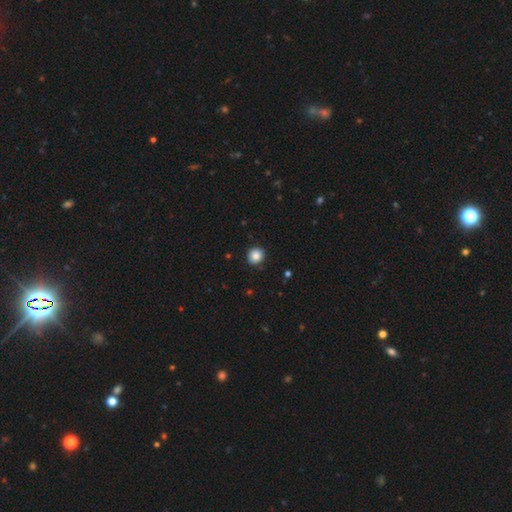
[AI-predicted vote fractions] A smooth galaxy with no disk features (86%) that is round (89%). Merging: none (90%).